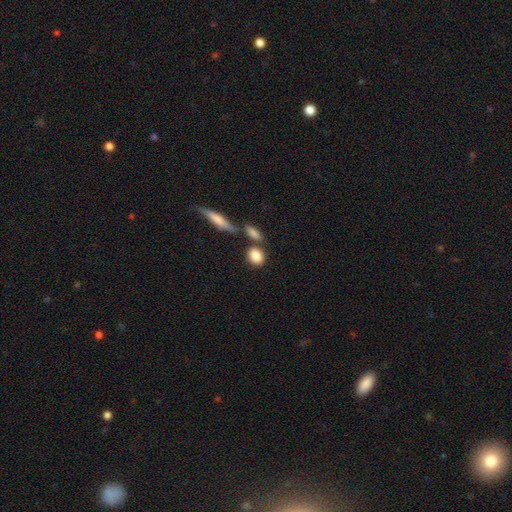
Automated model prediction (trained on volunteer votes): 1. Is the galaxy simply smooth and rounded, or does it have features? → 85% smooth, 8% featured or disk, 7% star or artifact.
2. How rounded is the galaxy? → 51% in between, 44% round, 5% cigar-shaped.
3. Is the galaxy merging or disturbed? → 64% none, 20% merger, 12% minor disturbance, 4% major disturbance.